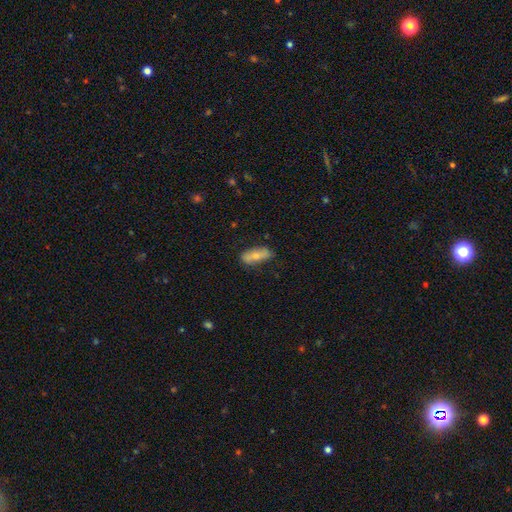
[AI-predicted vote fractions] smooth 62%, featured or disk 32%, star or artifact 6%. Down the decision tree: how rounded — in between (72%); merging — none (77%).